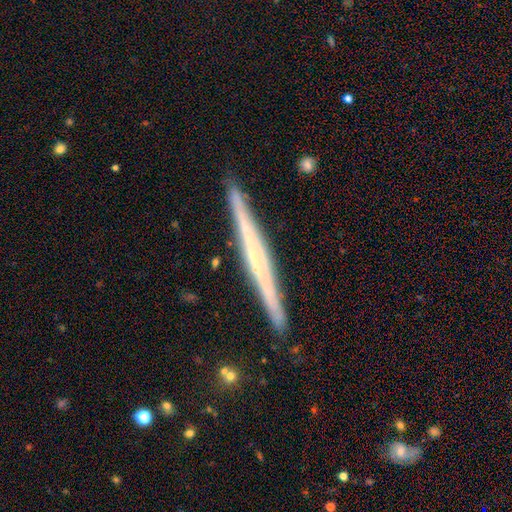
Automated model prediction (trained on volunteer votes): Smooth or featured?
  - featured or disk: 68% *
  - smooth: 25%
  - star or artifact: 7%
Edge-on disk?
  - yes: 98% *
  - no: 2%
Edge-on bulge?
  - none: 67% *
  - rounded: 24%
  - boxy: 9%
Merging?
  - none: 91% *
  - minor disturbance: 6%
  - major disturbance: 1%
  - merger: 1%